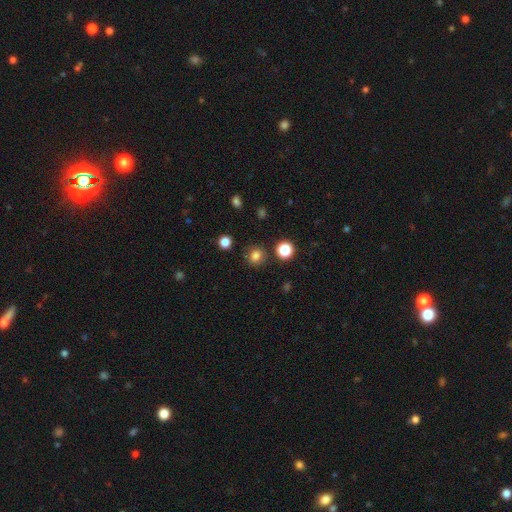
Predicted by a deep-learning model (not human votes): The model was most divided on "smooth or featured": smooth: 81%, star or artifact: 14%, featured or disk: 5%. More confident: merging — none (86%); how rounded — round (86%).